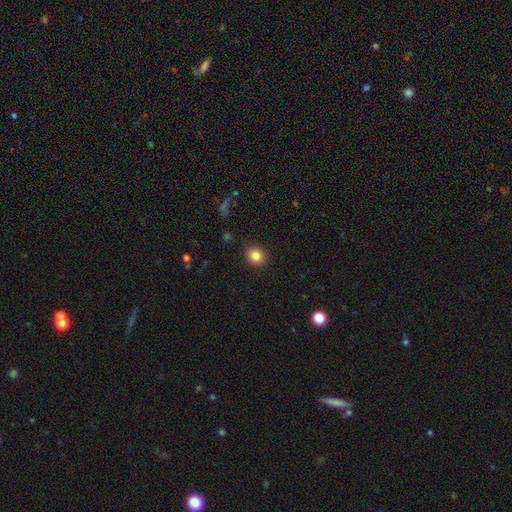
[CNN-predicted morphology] Smooth or featured: smooth — 85% (star or artifact — 10%)
How rounded: round — 77% (in between — 22%)
Merging: none — 90% (minor disturbance — 7%)